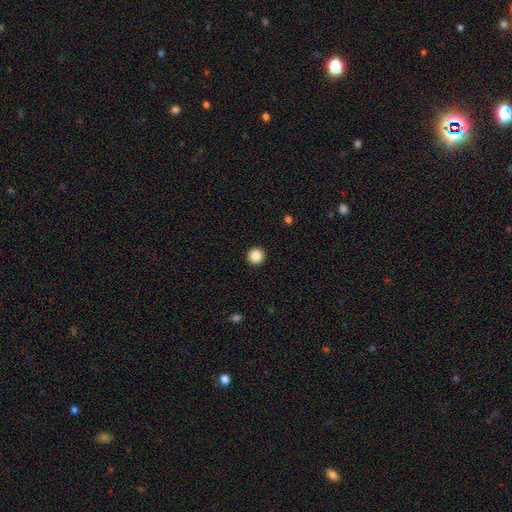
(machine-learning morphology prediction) Q: Smooth or featured?
A: smooth (87%); runner-up: star or artifact (10%)
Q: How rounded?
A: round (97%); runner-up: in between (2%)
Q: Merging?
A: none (94%); runner-up: minor disturbance (4%)